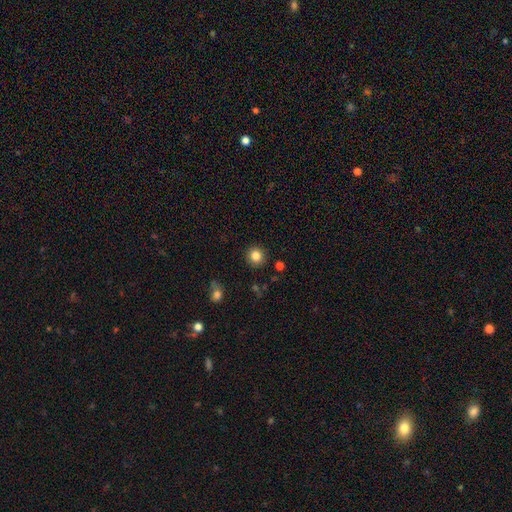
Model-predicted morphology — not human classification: smooth-or-featured: smooth: 84% | star or artifact: 11% | featured or disk: 5%
  how-rounded: round: 91% | in between: 8% | cigar-shaped: 1%
  merging: none: 90% | minor disturbance: 6% | major disturbance: 2% | merger: 2%